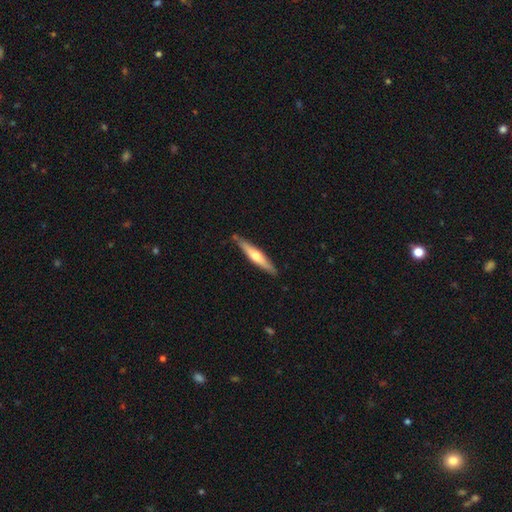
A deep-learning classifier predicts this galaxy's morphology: The model was most divided on "smooth or featured": featured or disk: 54%, smooth: 41%, star or artifact: 5%. More confident: edge-on disk — yes (95%); edge-on bulge — rounded (86%); merging — none (84%).